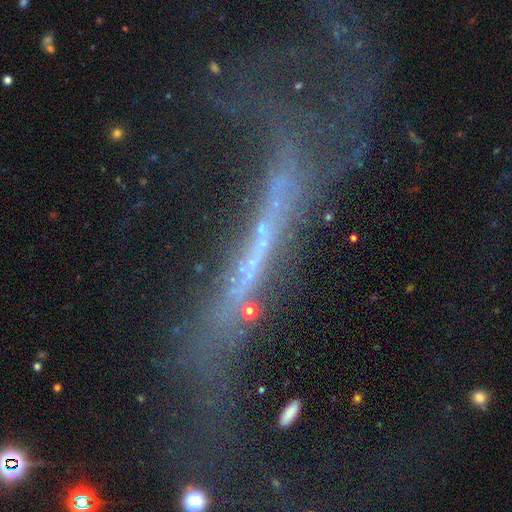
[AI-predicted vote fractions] smooth_or_featured: featured or disk (p=0.67) [alt: smooth p=0.17]
disk_edge_on: yes (p=0.52) [alt: no p=0.48]
merging: major disturbance (p=0.42) [alt: none p=0.30]